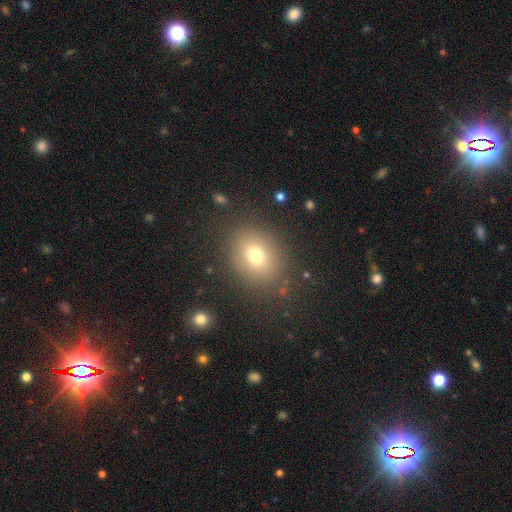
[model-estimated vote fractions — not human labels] Smooth or featured? Predicted: smooth (p=0.72). How rounded? Predicted: round (p=0.56). Merging? Predicted: none (p=0.83).